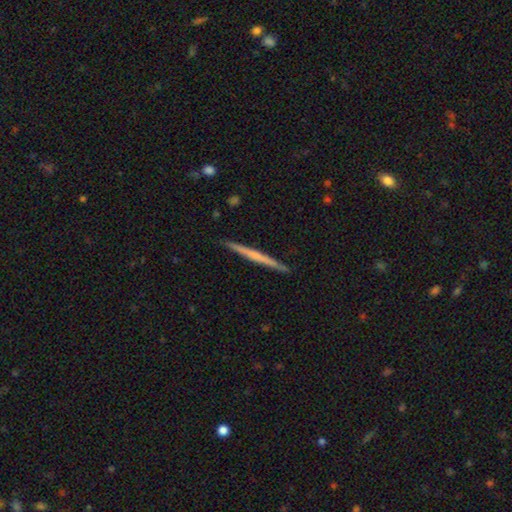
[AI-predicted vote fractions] smooth_or_featured: featured or disk (p=0.51) [alt: smooth p=0.44]
disk_edge_on: yes (p=0.98) [alt: no p=0.02]
edge_on_bulge: none (p=0.80) [alt: rounded p=0.14]
merging: none (p=0.92) [alt: minor disturbance p=0.06]